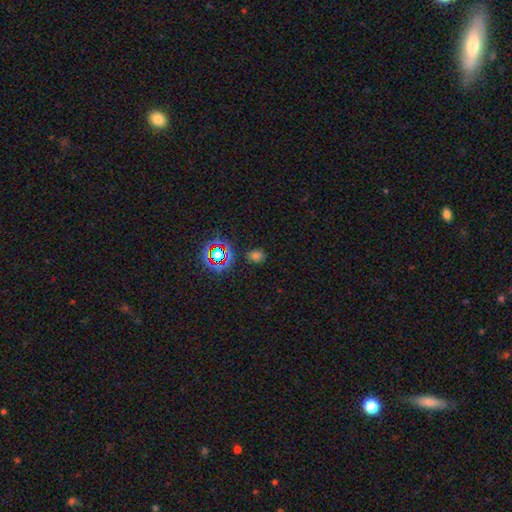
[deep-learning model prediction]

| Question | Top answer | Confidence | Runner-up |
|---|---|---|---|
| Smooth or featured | smooth | 65% | star or artifact (29%) |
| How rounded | in between | 51% | round (47%) |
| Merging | none | 84% | minor disturbance (10%) |